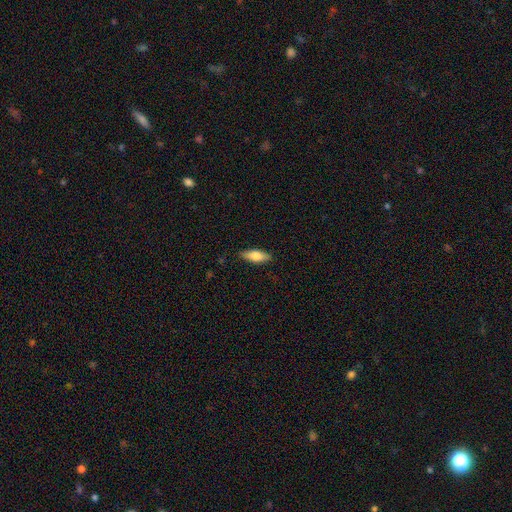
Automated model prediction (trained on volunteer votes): A smooth galaxy with no disk features (73%) that is in between round and cigar-shaped (69%).

Vote fractions:
- Smooth or featured? smooth: 73% / featured or disk: 21% / star or artifact: 6%
- How rounded? in between: 69% / cigar-shaped: 28% / round: 2%
- Merging? none: 86% / minor disturbance: 11% / major disturbance: 2% / merger: 1%